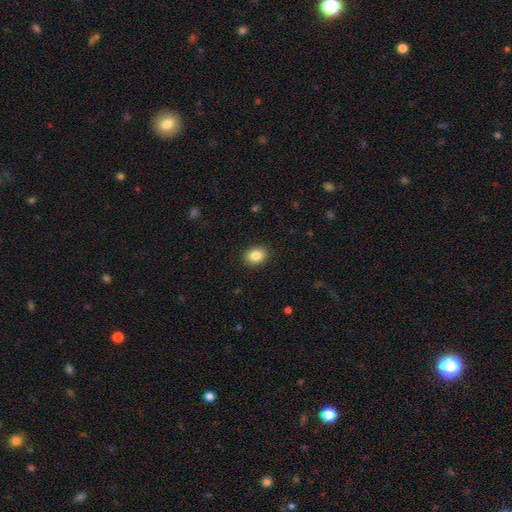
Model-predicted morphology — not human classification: Q: Smooth or featured?
A: smooth (86%); runner-up: star or artifact (9%)
Q: How rounded?
A: in between (56%); runner-up: round (43%)
Q: Merging?
A: none (90%); runner-up: minor disturbance (7%)